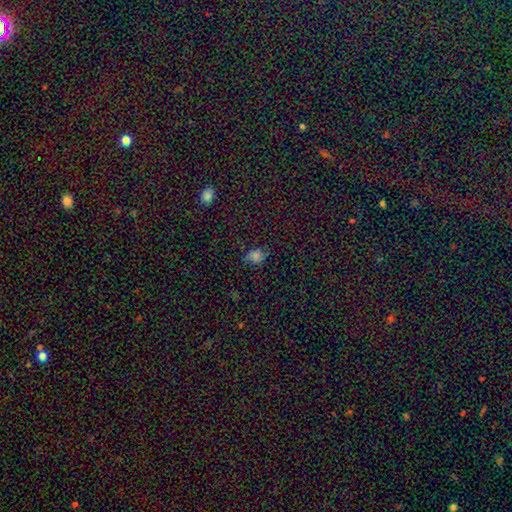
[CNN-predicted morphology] smooth 63%, star or artifact 23%, featured or disk 14%. Down the decision tree: how rounded — in between (63%); merging — none (63%).